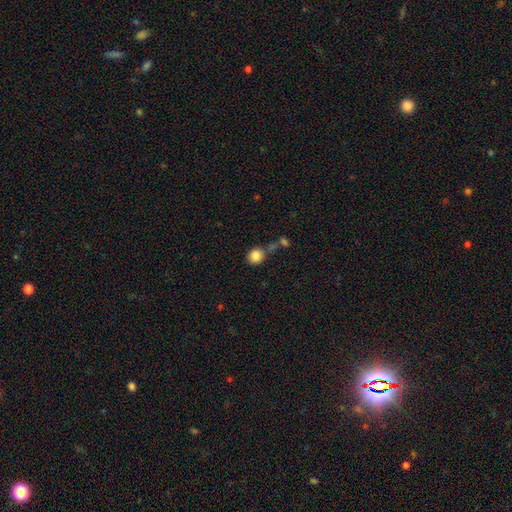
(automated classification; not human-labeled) A smooth galaxy with no disk features (85%) that is round (80%). Merging: none (62%).